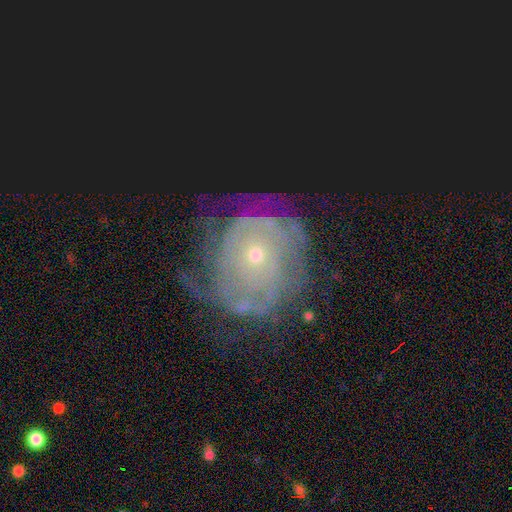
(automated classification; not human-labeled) Q: Smooth or featured?
A: featured or disk (77%); runner-up: smooth (13%)
Q: Edge-on disk?
A: no (96%); runner-up: yes (4%)
Q: Bar?
A: no (86%); runner-up: weak (11%)
Q: Spiral arms?
A: yes (79%); runner-up: no (21%)
Q: Spiral winding?
A: tight (73%); runner-up: medium (19%)
Q: Spiral arm count?
A: can't tell (53%); runner-up: 2 (15%)
Q: Bulge size?
A: small (70%); runner-up: moderate (26%)
Q: Merging?
A: none (58%); runner-up: minor disturbance (21%)